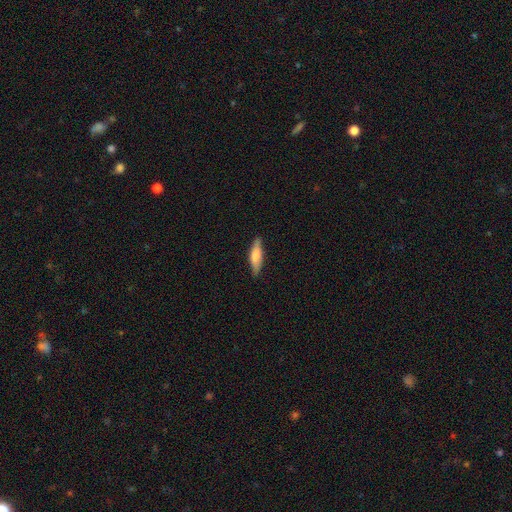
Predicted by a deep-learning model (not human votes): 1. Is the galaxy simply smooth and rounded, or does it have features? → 67% smooth, 28% featured or disk, 6% star or artifact.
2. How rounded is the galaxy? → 61% cigar-shaped, 37% in between, 2% round.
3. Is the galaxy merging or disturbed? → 84% none, 13% minor disturbance, 2% major disturbance, 1% merger.